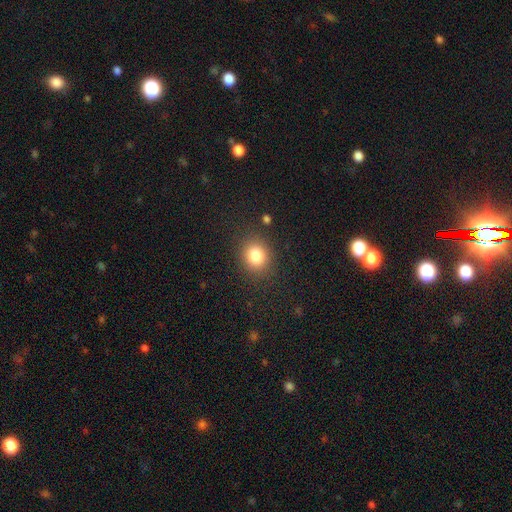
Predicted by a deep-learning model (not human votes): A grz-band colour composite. It shows a smooth galaxy with no disk features (82%) that is round (74%). Merging: none (86%).